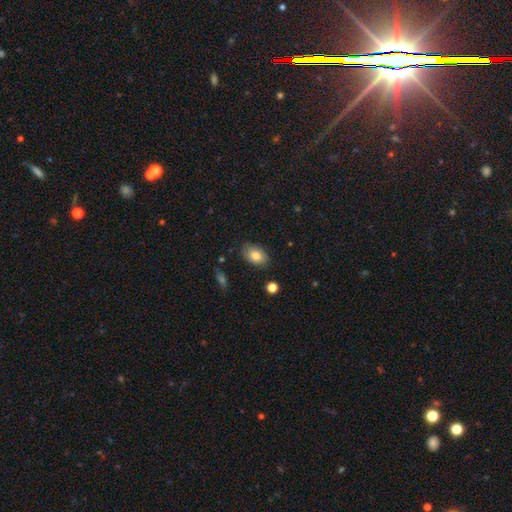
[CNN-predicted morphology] A smooth galaxy with no disk features (81%) that is in between round and cigar-shaped (85%).

Vote fractions:
- Smooth or featured? smooth: 81% / featured or disk: 11% / star or artifact: 8%
- How rounded? in between: 85% / round: 14% / cigar-shaped: 1%
- Merging? none: 84% / minor disturbance: 12% / major disturbance: 2% / merger: 2%